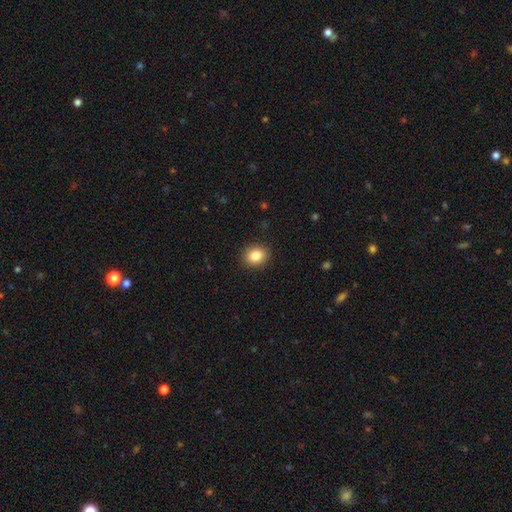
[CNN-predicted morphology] smooth 84%, star or artifact 10%, featured or disk 6%. Down the decision tree: how rounded — round (68%); merging — none (90%).